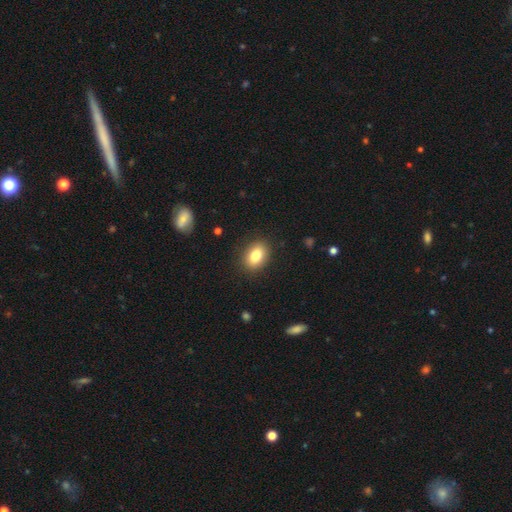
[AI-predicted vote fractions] This appears to be a smooth galaxy with no disk features (82%) that is in between round and cigar-shaped (78%). Merging: none (88%).